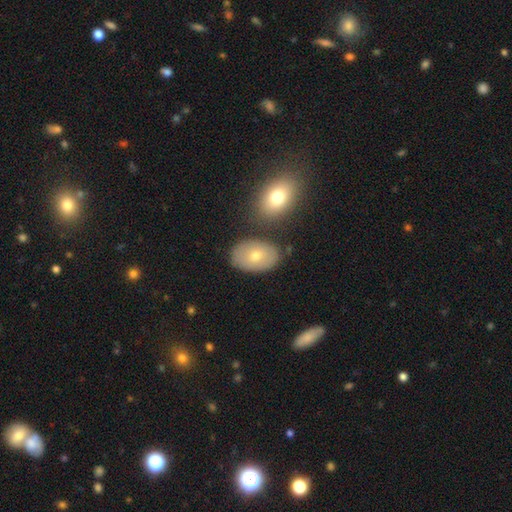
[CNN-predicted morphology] The model was most divided on "smooth or featured": smooth: 65%, featured or disk: 26%, star or artifact: 9%. More confident: how rounded — in between (86%); merging — none (76%).